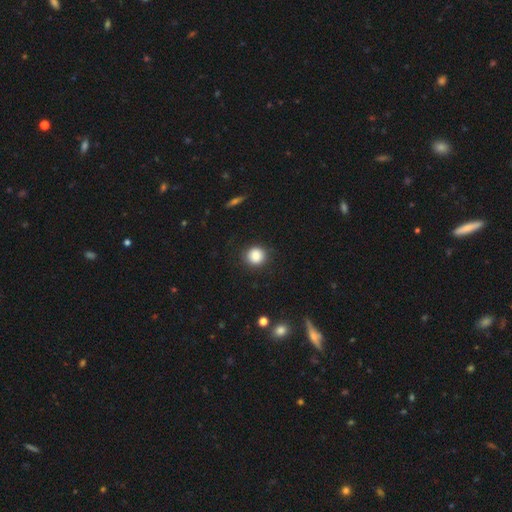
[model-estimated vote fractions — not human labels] Overall: smooth (85%). How rounded: round (90%). Merging: none (87%).